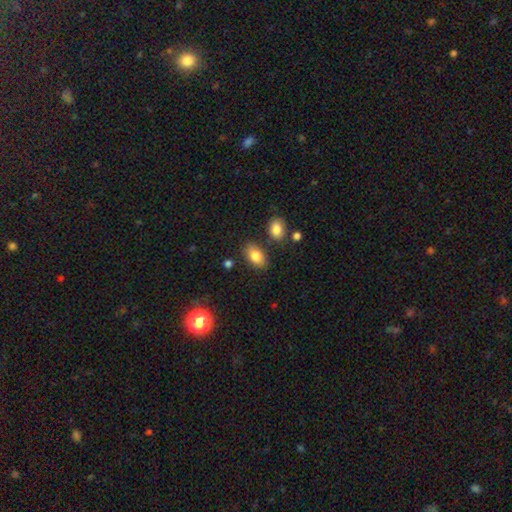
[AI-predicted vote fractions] Smooth or featured?
  - smooth: 82% *
  - featured or disk: 10%
  - star or artifact: 8%
How rounded?
  - in between: 89% *
  - round: 9%
  - cigar-shaped: 2%
Merging?
  - none: 81% *
  - minor disturbance: 11%
  - merger: 5%
  - major disturbance: 3%